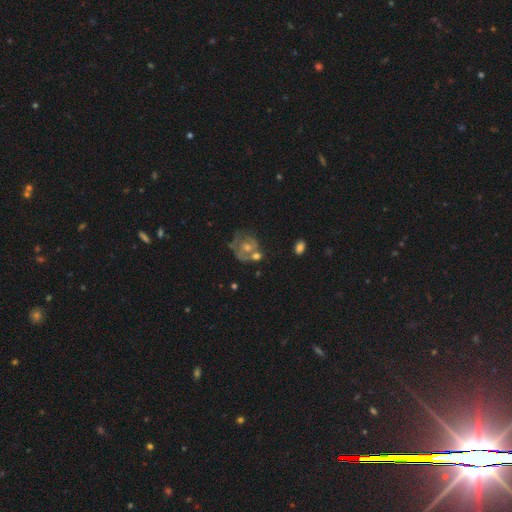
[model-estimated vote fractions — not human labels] Smooth or featured: featured or disk — 56% (smooth — 27%)
Edge-on disk: no — 96% (yes — 4%)
Bar: no — 82% (weak — 14%)
Spiral arms: yes — 51% (no — 49%)
Bulge size: moderate — 55% (small — 36%)
Merging: none — 56% (minor disturbance — 17%)